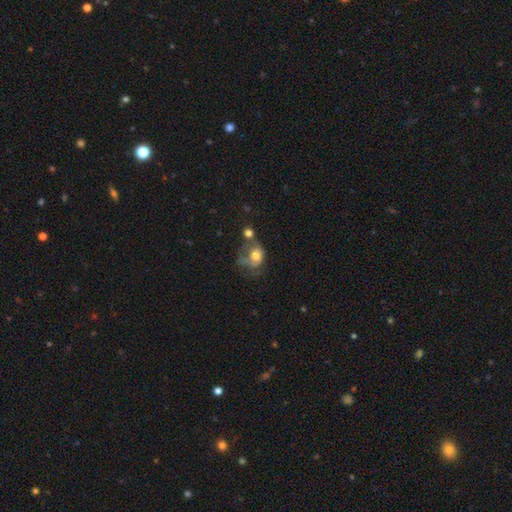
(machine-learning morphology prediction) This is likely a smooth galaxy (62%). How rounded: possibly in between (53%). Merging: marginally major disturbance (37%).